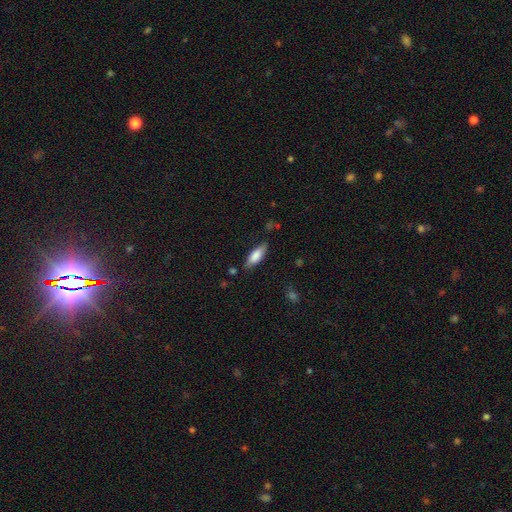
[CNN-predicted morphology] Smooth or featured?
  - smooth: 78% *
  - featured or disk: 15%
  - star or artifact: 6%
How rounded?
  - in between: 63% *
  - cigar-shaped: 35%
  - round: 2%
Merging?
  - none: 77% *
  - minor disturbance: 17%
  - major disturbance: 4%
  - merger: 2%